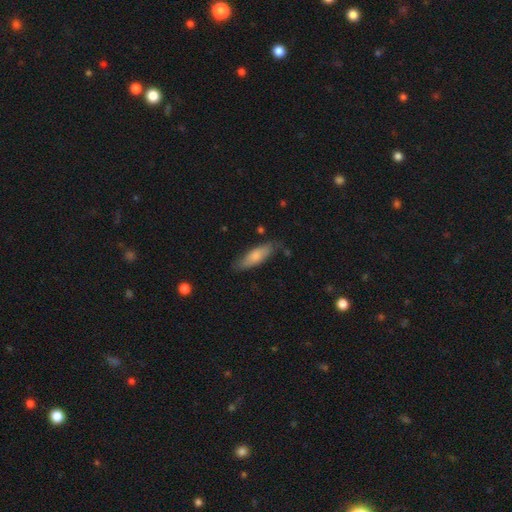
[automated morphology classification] The model was most divided on "how rounded": in between: 51%, cigar-shaped: 47%, round: 2%. More confident: smooth or featured — smooth (75%); merging — none (73%).